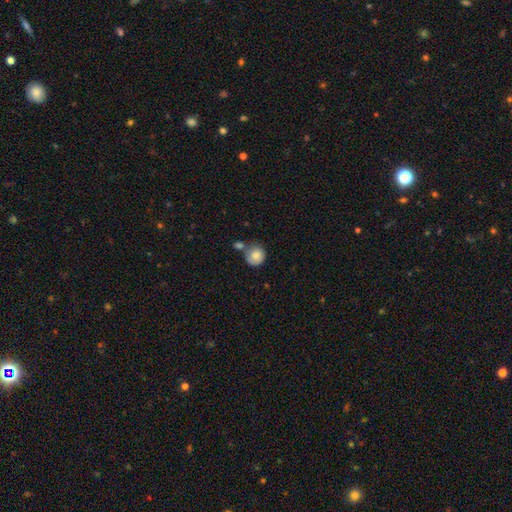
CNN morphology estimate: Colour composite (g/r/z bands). It shows a smooth galaxy with no disk features (76%) that is round (86%). Merging: none (50%).